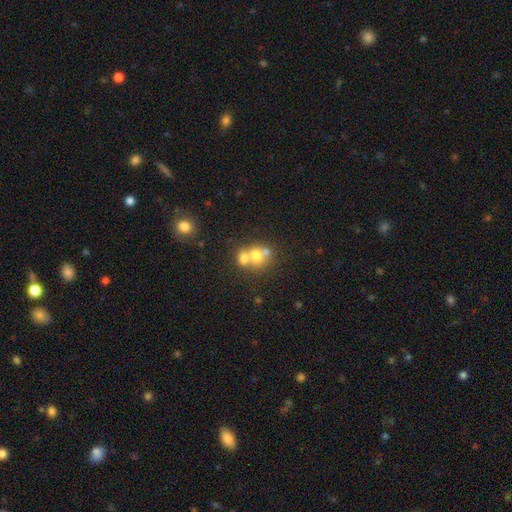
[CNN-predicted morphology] Overall: smooth (67%). How rounded: round (74%). Merging: merger (58%; none 31%).